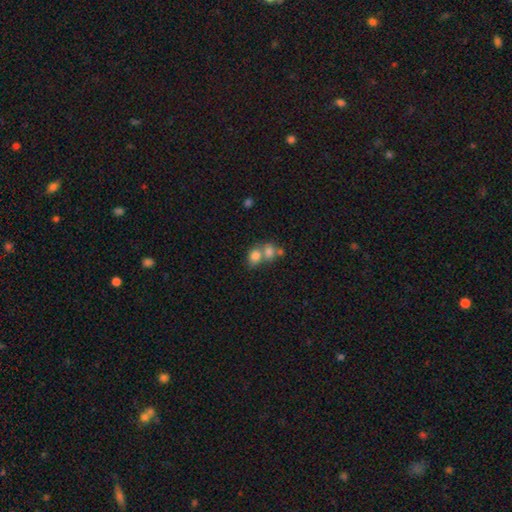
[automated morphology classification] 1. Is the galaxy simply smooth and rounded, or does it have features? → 76% smooth, 13% featured or disk, 11% star or artifact.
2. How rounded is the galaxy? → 51% in between, 48% round, 1% cigar-shaped.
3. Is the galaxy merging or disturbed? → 61% merger, 27% none, 8% minor disturbance, 5% major disturbance.